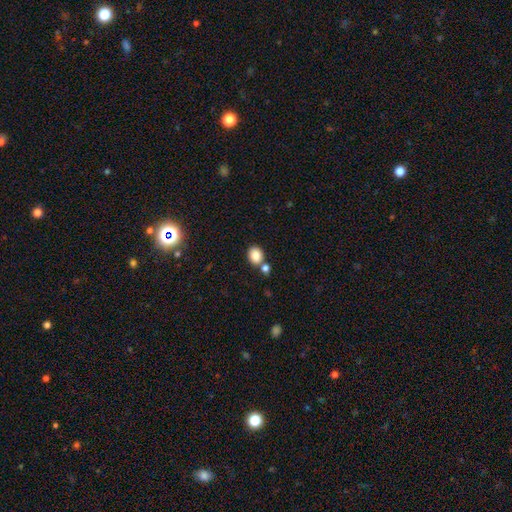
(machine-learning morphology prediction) The model was most divided on "how rounded": round: 52%, in between: 47%, cigar-shaped: 1%. More confident: smooth or featured — smooth (85%); merging — none (65%).